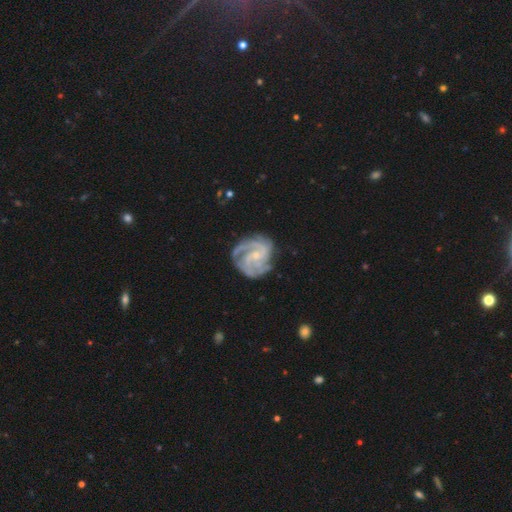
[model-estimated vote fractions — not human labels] Smooth or featured: featured or disk — 90% (smooth — 5%)
Edge-on disk: no — 98% (yes — 2%)
Bar: no — 60% (weak — 32%)
Spiral arms: yes — 98% (no — 2%)
Spiral winding: tight — 54% (medium — 40%)
Spiral arm count: 3 — 41% (2 — 28%)
Bulge size: small — 77% (moderate — 17%)
Merging: none — 71% (minor disturbance — 20%)